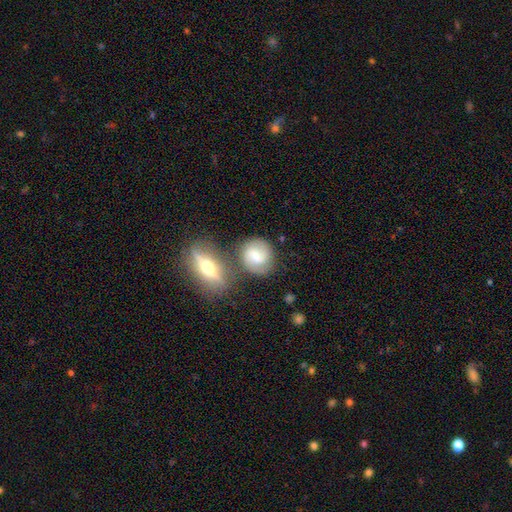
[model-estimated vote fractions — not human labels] Smooth or featured: featured or disk — 62% (smooth — 30%)
Edge-on disk: no — 94% (yes — 6%)
Bar: weak — 45% (no — 42%)
Spiral arms: yes — 87% (no — 13%)
Spiral winding: medium — 46% (tight — 33%)
Spiral arm count: 2 — 83% (can't tell — 9%)
Bulge size: small — 50% (moderate — 43%)
Merging: none — 69% (merger — 15%)